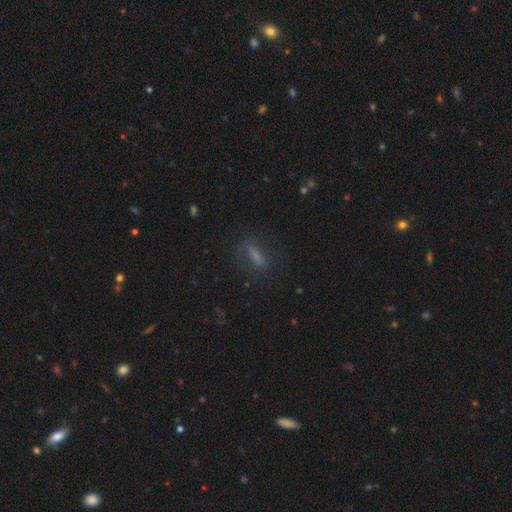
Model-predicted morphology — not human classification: This is possibly a smooth galaxy (58%). How rounded: likely cigar-shaped (64%). Merging: likely none (75%).